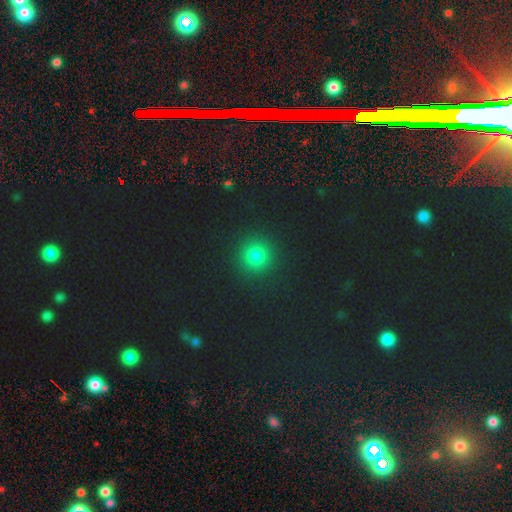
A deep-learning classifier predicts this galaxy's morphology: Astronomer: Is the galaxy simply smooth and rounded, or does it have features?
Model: smooth — 74%.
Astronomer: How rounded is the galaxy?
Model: round — 92%.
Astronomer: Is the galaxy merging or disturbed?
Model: none — 91%.